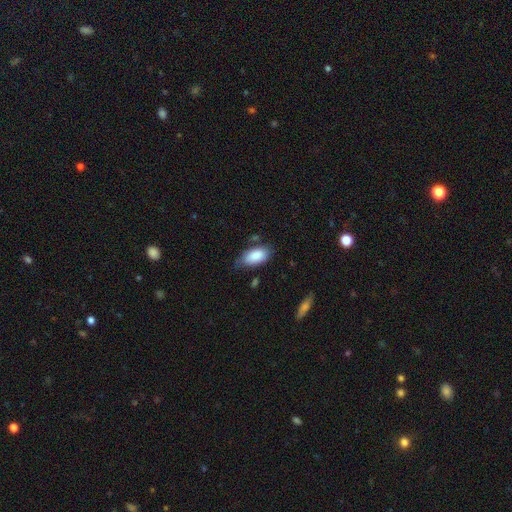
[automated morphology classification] A smooth galaxy with no disk features (87%) that is in between round and cigar-shaped (93%). Merging: none (64%).